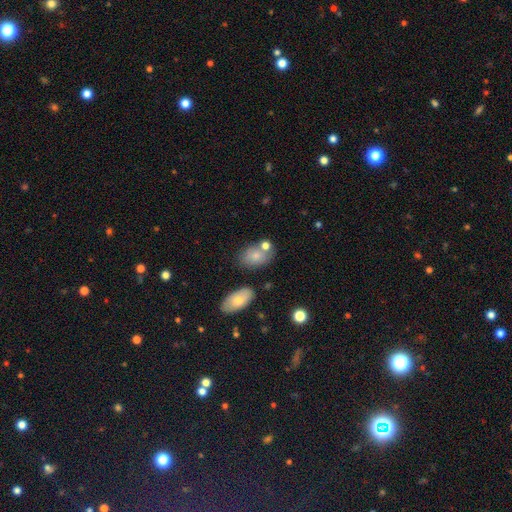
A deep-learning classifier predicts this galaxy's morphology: Smooth or featured: smooth — 77% (featured or disk — 14%)
How rounded: in between — 80% (round — 19%)
Merging: none — 59% (merger — 19%)